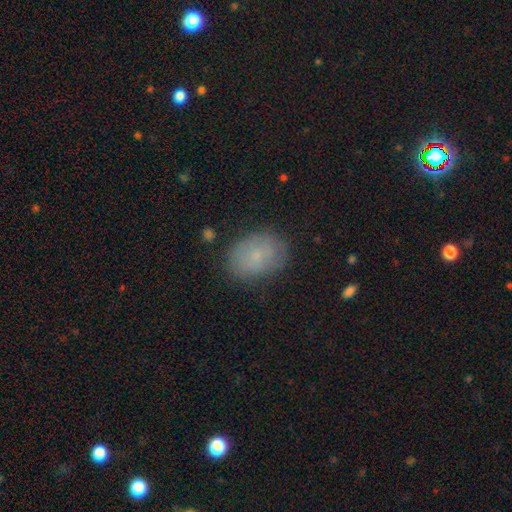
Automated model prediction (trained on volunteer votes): Smooth or featured: smooth — 73% (featured or disk — 17%)
How rounded: in between — 74% (round — 25%)
Merging: none — 80% (minor disturbance — 15%)